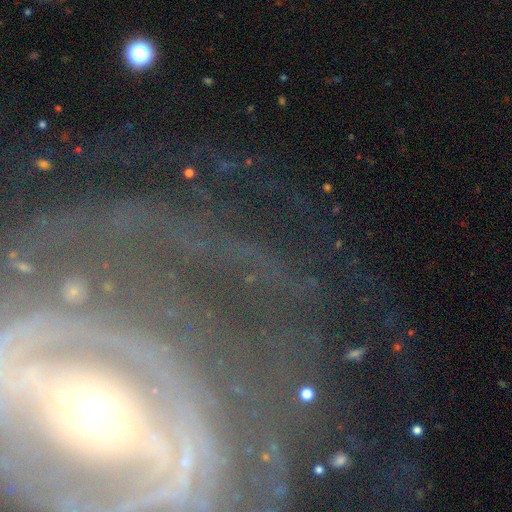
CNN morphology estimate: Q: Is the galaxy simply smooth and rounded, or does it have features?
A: featured or disk — 75%.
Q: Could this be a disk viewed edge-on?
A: no — 92%.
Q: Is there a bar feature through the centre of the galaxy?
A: strong — 42%.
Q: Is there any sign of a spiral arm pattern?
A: yes — 88%.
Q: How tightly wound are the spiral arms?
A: tight — 63%.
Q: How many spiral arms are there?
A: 2 — 30%.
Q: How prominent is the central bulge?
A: small — 57%.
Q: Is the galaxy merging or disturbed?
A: none — 70%.